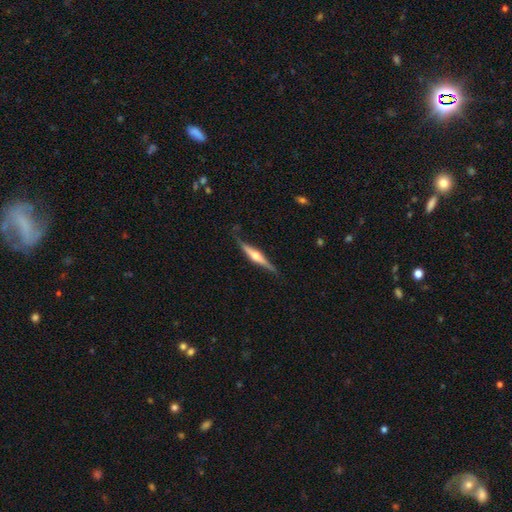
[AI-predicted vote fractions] smooth_or_featured: featured or disk (p=0.74) [alt: smooth p=0.21]
disk_edge_on: yes (p=0.96) [alt: no p=0.04]
edge_on_bulge: rounded (p=0.92) [alt: boxy p=0.05]
merging: none (p=0.78) [alt: minor disturbance p=0.16]